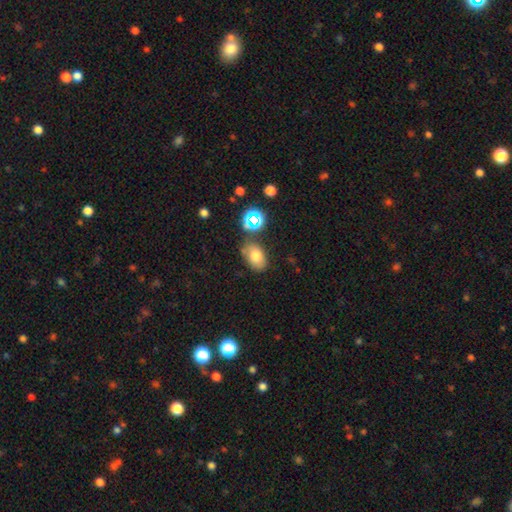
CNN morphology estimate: A smooth galaxy with no disk features (73%) that is in between round and cigar-shaped (84%).

Vote fractions:
- Smooth or featured? smooth: 73% / star or artifact: 14% / featured or disk: 13%
- How rounded? in between: 84% / round: 14% / cigar-shaped: 1%
- Merging? none: 65% / minor disturbance: 21% / merger: 8% / major disturbance: 6%